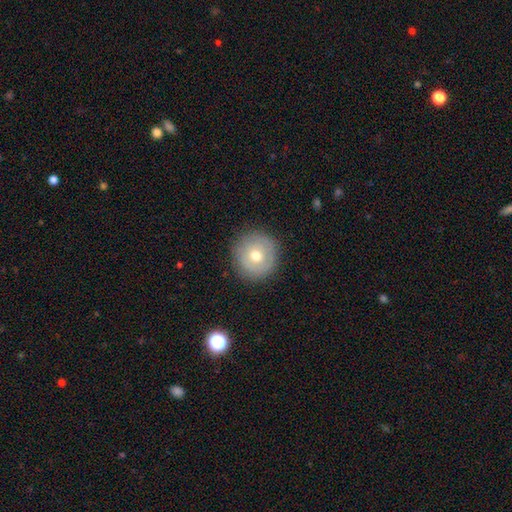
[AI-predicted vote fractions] This appears to be a smooth galaxy with no disk features (56%) that is round (94%). Merging: none (86%).